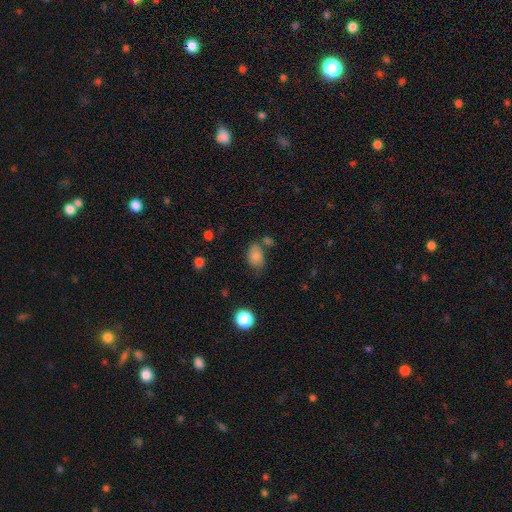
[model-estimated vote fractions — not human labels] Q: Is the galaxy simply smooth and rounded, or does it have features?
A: smooth — 79%.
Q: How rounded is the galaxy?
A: in between — 78%.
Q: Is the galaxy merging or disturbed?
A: none — 54%.